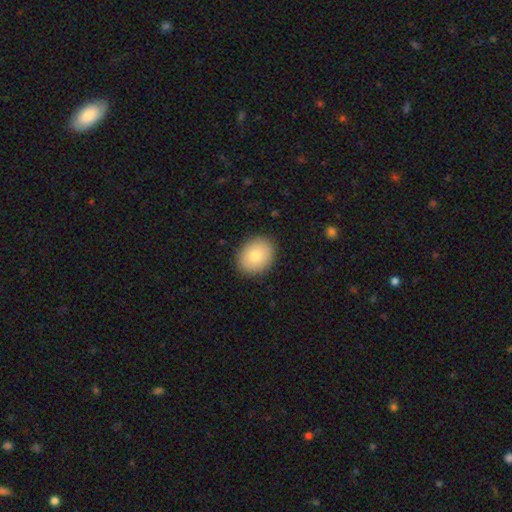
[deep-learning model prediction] Smooth or featured: smooth — 80% (featured or disk — 12%)
How rounded: round — 52% (in between — 47%)
Merging: none — 88% (minor disturbance — 8%)